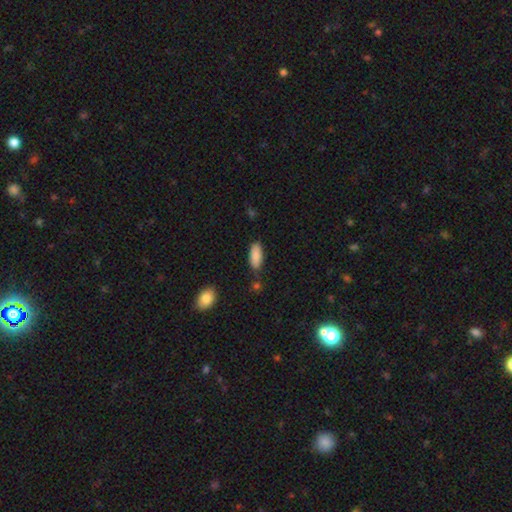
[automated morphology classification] smooth 88%, star or artifact 6%, featured or disk 6%. Down the decision tree: how rounded — in between (80%); merging — none (79%).